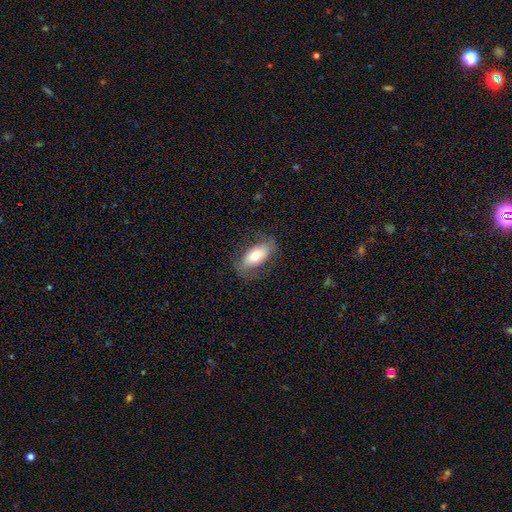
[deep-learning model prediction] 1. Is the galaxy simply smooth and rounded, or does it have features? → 67% smooth, 26% featured or disk, 7% star or artifact.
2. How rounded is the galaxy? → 89% in between, 8% cigar-shaped, 4% round.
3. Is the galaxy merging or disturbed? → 75% none, 17% minor disturbance, 6% major disturbance, 1% merger.